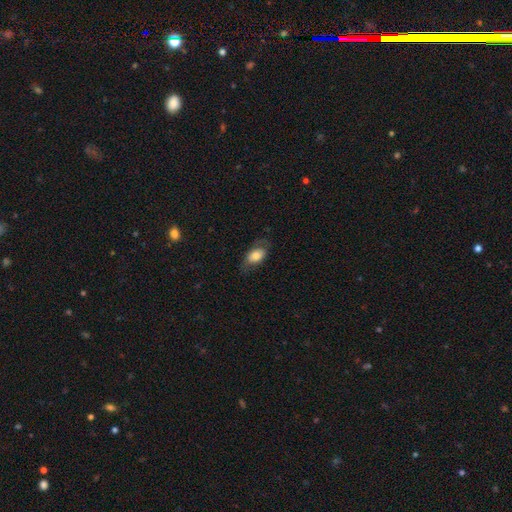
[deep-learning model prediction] Q: Smooth or featured?
A: smooth (70%); runner-up: featured or disk (23%)
Q: How rounded?
A: in between (88%); runner-up: round (9%)
Q: Merging?
A: none (64%); runner-up: minor disturbance (22%)